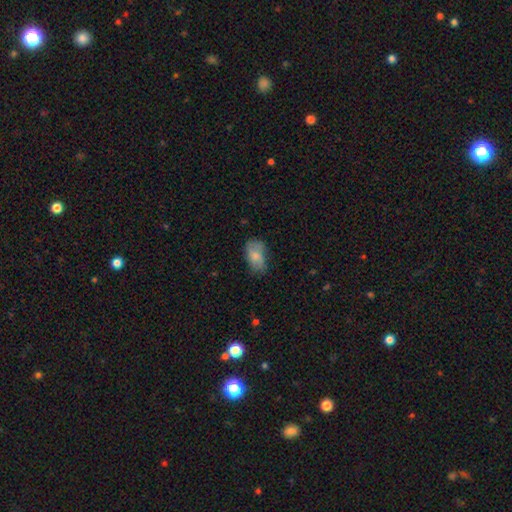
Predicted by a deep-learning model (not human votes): Smooth or featured? smooth (69%)
How rounded? in between (90%)
Merging? none (54%)